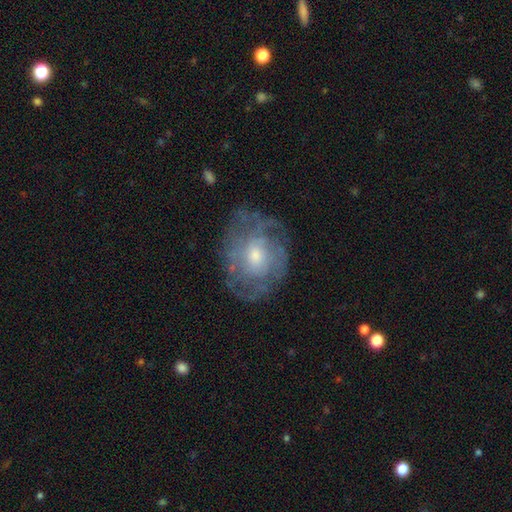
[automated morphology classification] Q: Smooth or featured?
A: featured or disk (70%); runner-up: smooth (22%)
Q: Edge-on disk?
A: no (96%); runner-up: yes (4%)
Q: Bar?
A: no (74%); runner-up: weak (23%)
Q: Spiral arms?
A: yes (70%); runner-up: no (30%)
Q: Bulge size?
A: small (47%); runner-up: moderate (45%)
Q: Merging?
A: none (67%); runner-up: minor disturbance (19%)